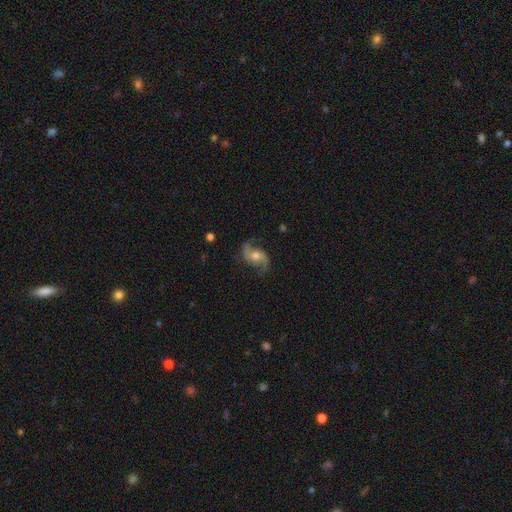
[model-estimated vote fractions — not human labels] featured or disk 87%, smooth 7%, star or artifact 6%. Down the decision tree: edge-on disk — no (97%); bar — no (56%); spiral arms — yes (97%); spiral arm count — 2 (93%); spiral winding — loose (64%); bulge size — moderate (67%); merging — none (79%).